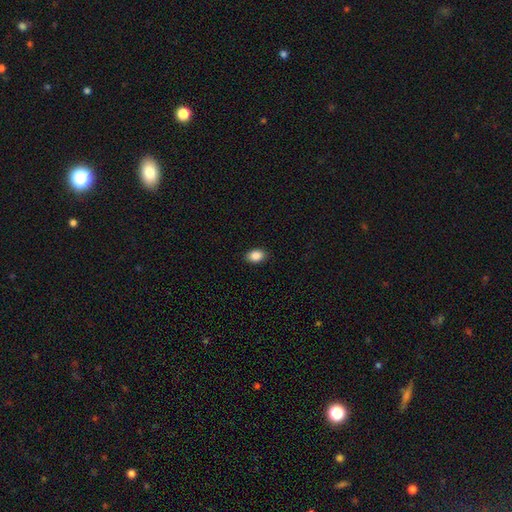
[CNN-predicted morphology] Smooth or featured?
  - smooth: 88% *
  - star or artifact: 8%
  - featured or disk: 4%
How rounded?
  - in between: 82% *
  - round: 17%
  - cigar-shaped: 1%
Merging?
  - none: 90% *
  - minor disturbance: 8%
  - major disturbance: 2%
  - merger: 1%